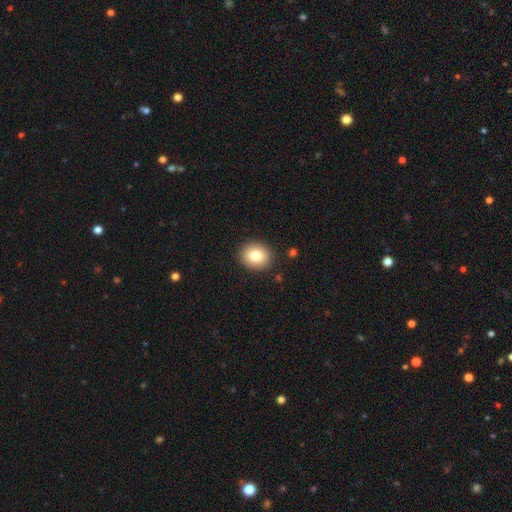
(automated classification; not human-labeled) A smooth galaxy with no disk features (82%) that is round (65%). Merging: none (90%).